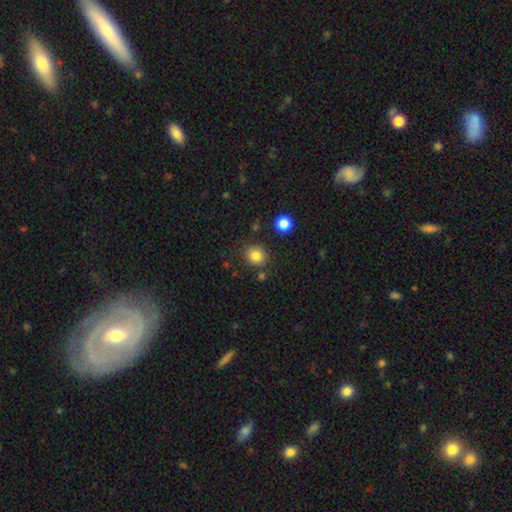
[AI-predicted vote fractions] A smooth galaxy with no disk features (83%) that is round (82%). Merging: none (84%).